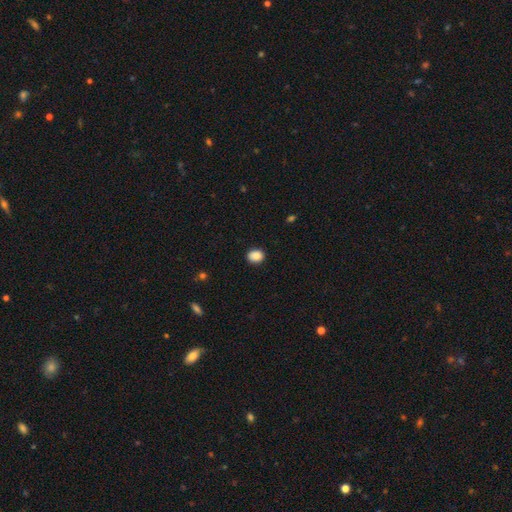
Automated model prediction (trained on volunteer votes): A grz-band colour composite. It shows a smooth galaxy with no disk features (88%) that is round (52%). Merging: none (88%).